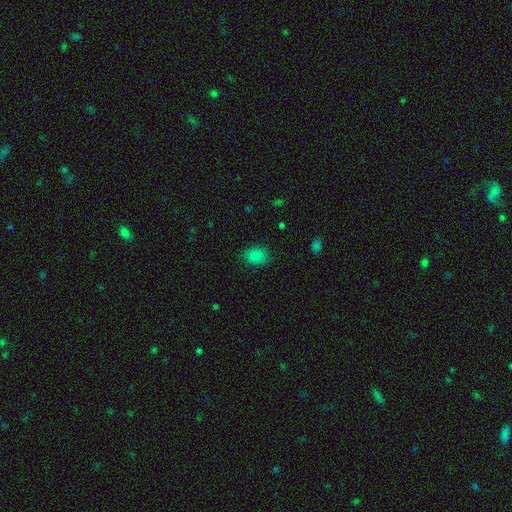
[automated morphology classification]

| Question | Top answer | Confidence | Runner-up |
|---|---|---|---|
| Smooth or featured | smooth | 85% | star or artifact (10%) |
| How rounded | in between | 73% | round (26%) |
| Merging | none | 81% | minor disturbance (14%) |